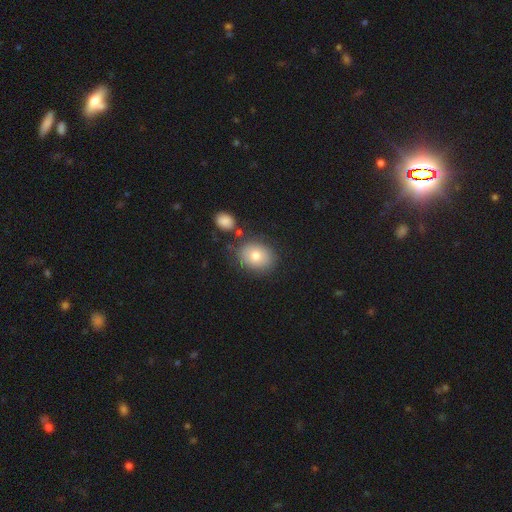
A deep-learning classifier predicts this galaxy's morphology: A smooth galaxy with no disk features (77%) that is in between round and cigar-shaped (54%).

Vote fractions:
- Smooth or featured? smooth: 77% / featured or disk: 14% / star or artifact: 9%
- How rounded? in between: 54% / round: 45% / cigar-shaped: 1%
- Merging? none: 77% / minor disturbance: 12% / merger: 7% / major disturbance: 4%